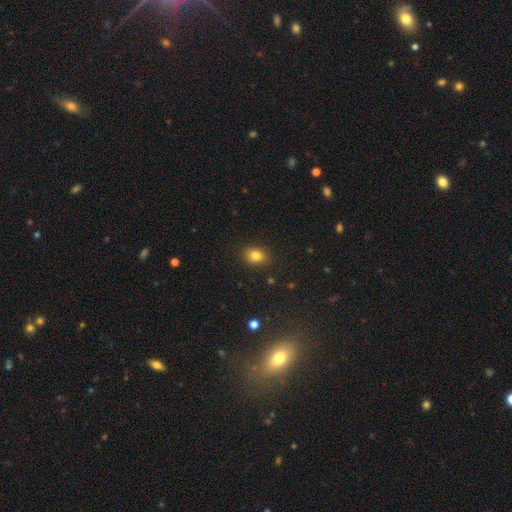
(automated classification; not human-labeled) Morphology: type=smooth (82%); roundness=in between (59%); merging=none (88%).